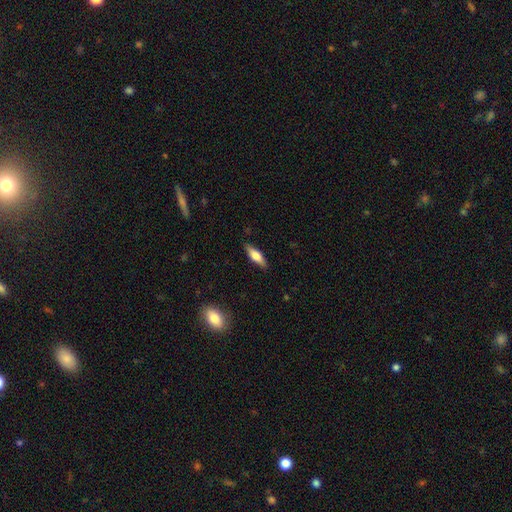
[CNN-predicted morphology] Smooth or featured? smooth (55%)
How rounded? cigar-shaped (49%)
Merging? none (85%)